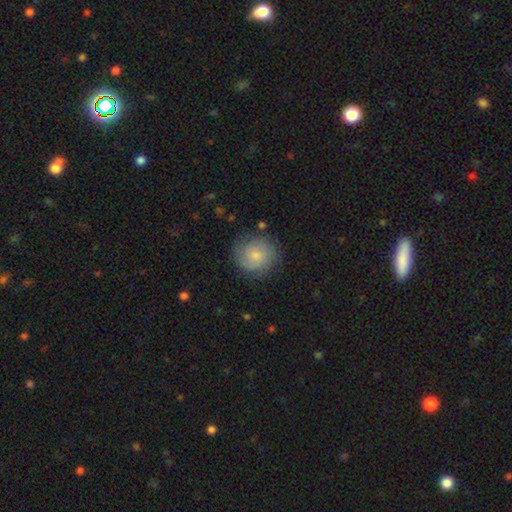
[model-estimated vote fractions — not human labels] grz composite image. It shows a smooth galaxy with no disk features (65%) that is round (89%). Merging: none (78%).